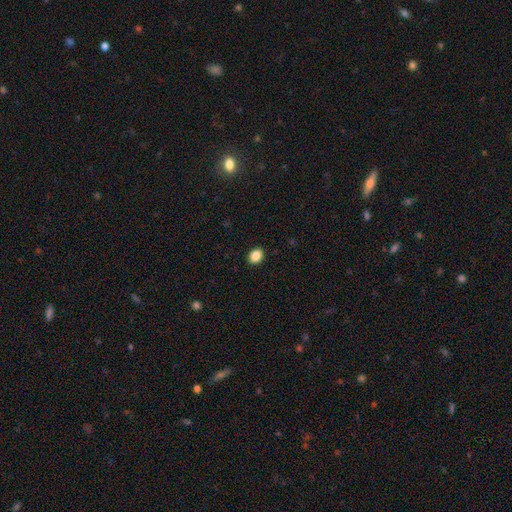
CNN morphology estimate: smooth_or_featured: smooth (p=0.87) [alt: star or artifact p=0.09]
how_rounded: in between (p=0.50) [alt: round p=0.49]
merging: none (p=0.91) [alt: minor disturbance p=0.06]